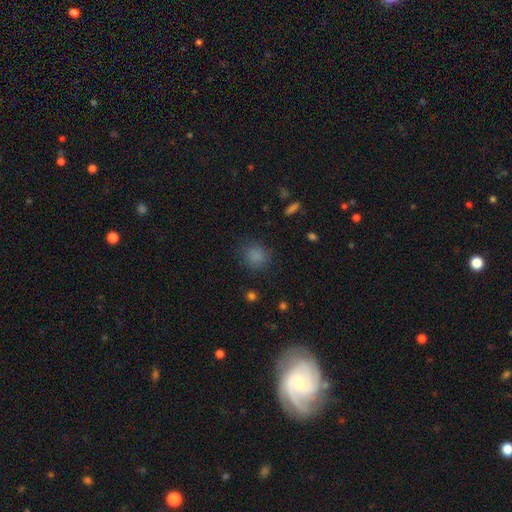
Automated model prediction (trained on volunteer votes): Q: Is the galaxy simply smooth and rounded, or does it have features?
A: smooth — 82%.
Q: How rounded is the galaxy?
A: round — 84%.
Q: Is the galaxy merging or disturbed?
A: none — 82%.